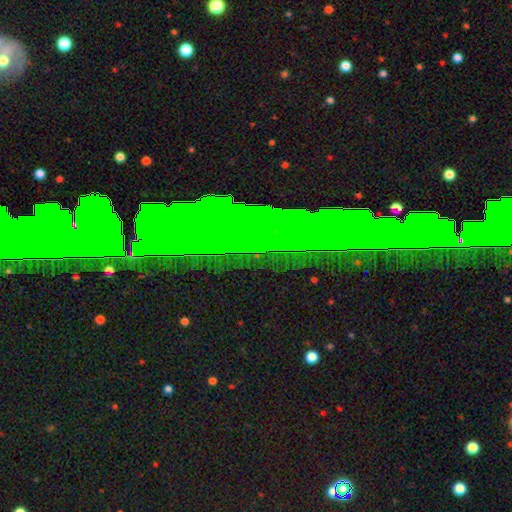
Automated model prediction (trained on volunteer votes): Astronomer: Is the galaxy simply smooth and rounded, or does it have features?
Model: star or artifact — 73%.